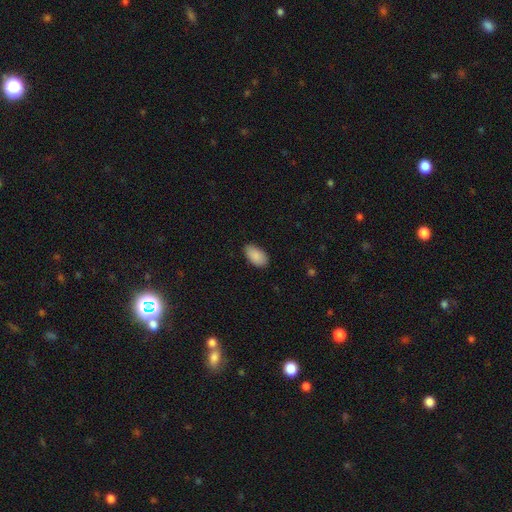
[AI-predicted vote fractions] Morphology: type=smooth (89%); roundness=in between (95%); merging=none (86%).